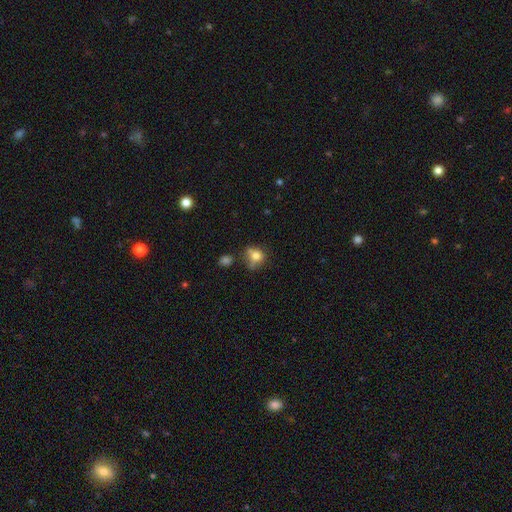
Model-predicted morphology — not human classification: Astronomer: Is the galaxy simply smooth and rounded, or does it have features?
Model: smooth — 73%.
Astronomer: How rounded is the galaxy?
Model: round — 63%.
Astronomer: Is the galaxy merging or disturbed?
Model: none — 46% (runner-up: minor disturbance, 27%).